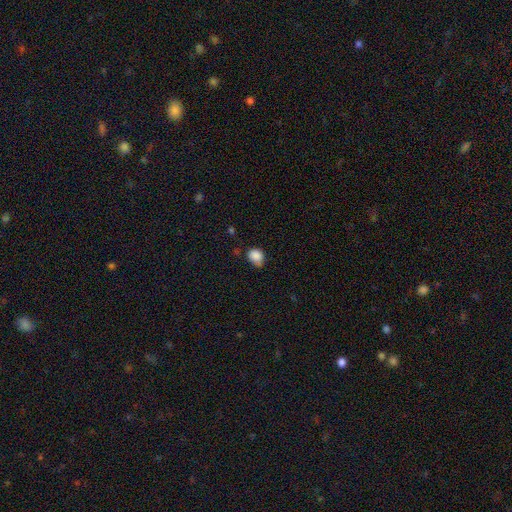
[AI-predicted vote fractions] Q: Smooth or featured?
A: smooth (87%); runner-up: star or artifact (9%)
Q: How rounded?
A: in between (52%); runner-up: round (47%)
Q: Merging?
A: none (54%); runner-up: minor disturbance (36%)